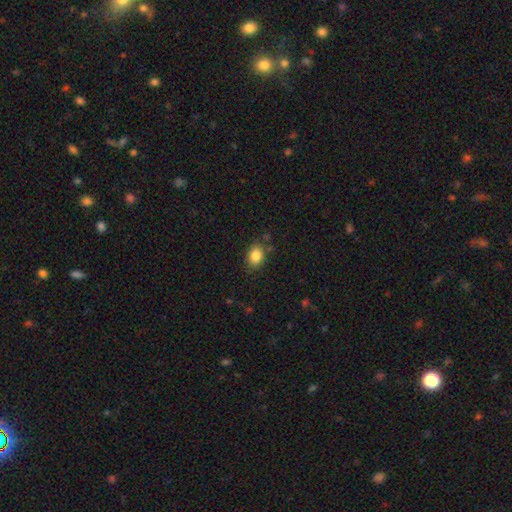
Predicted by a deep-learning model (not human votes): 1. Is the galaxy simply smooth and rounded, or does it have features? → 85% smooth, 9% star or artifact, 6% featured or disk.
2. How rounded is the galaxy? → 66% in between, 33% round, 1% cigar-shaped.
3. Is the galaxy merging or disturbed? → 80% none, 14% minor disturbance, 4% major disturbance, 3% merger.